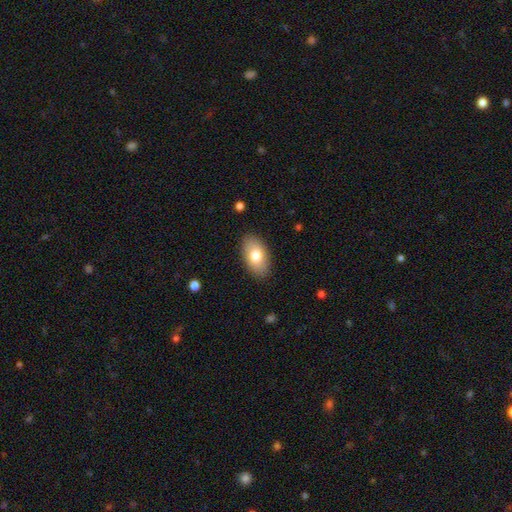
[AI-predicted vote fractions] Morphology: type=smooth (78%); roundness=in between (93%); merging=none (87%).